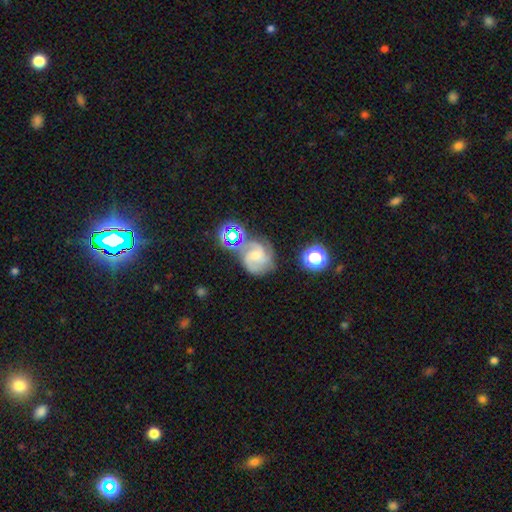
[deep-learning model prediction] A featured or disk galaxy (79%) with no bar (48%), 3 (37%) medium (54%) spiral arms (96%) and a small central bulge (60%). Merging: none (50%).